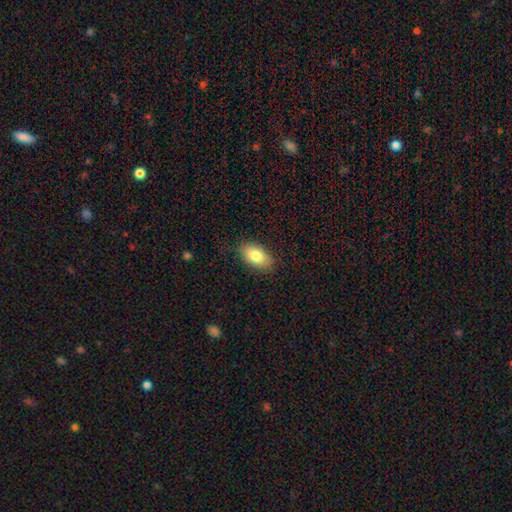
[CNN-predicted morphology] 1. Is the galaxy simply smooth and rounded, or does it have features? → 81% smooth, 12% featured or disk, 7% star or artifact.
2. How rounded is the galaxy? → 91% in between, 6% round, 2% cigar-shaped.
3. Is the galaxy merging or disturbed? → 84% none, 13% minor disturbance, 3% major disturbance, 1% merger.